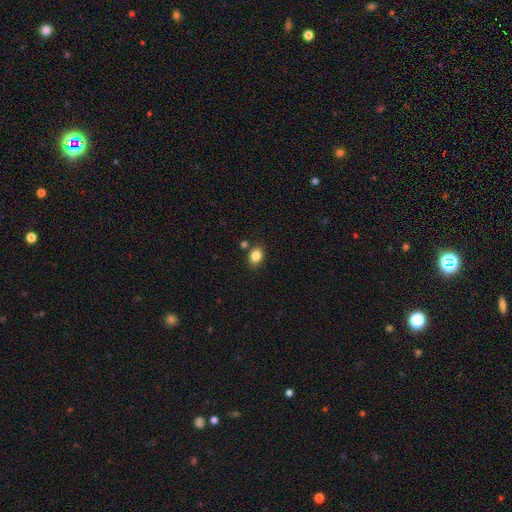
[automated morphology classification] A smooth galaxy with no disk features (85%) that is in between round and cigar-shaped (66%). Merging: none (81%).